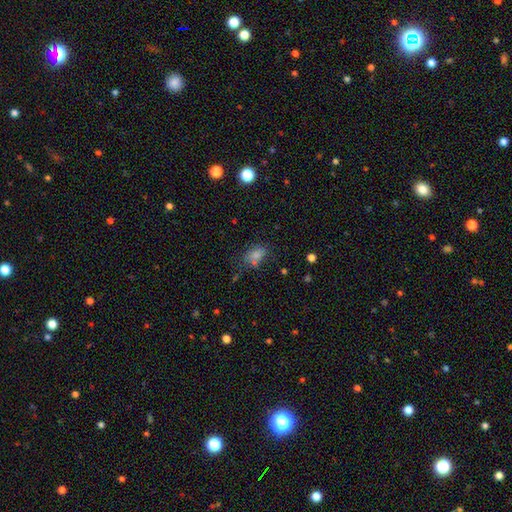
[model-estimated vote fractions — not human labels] Overall: smooth (75%). How rounded: in between (81%). Merging: none (55%; minor disturbance 22%).